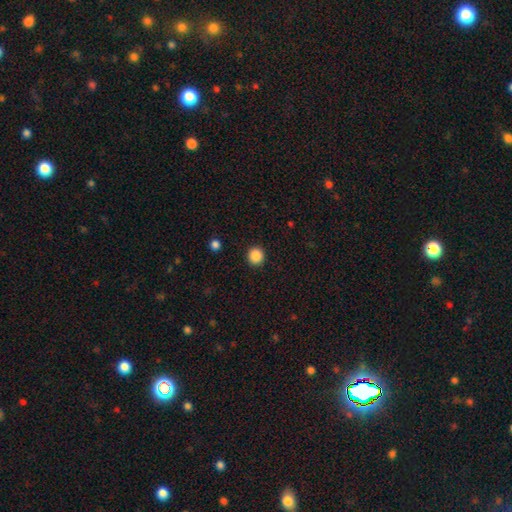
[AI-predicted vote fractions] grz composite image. It shows a smooth galaxy with no disk features (87%) that is round (92%). Merging: none (92%).